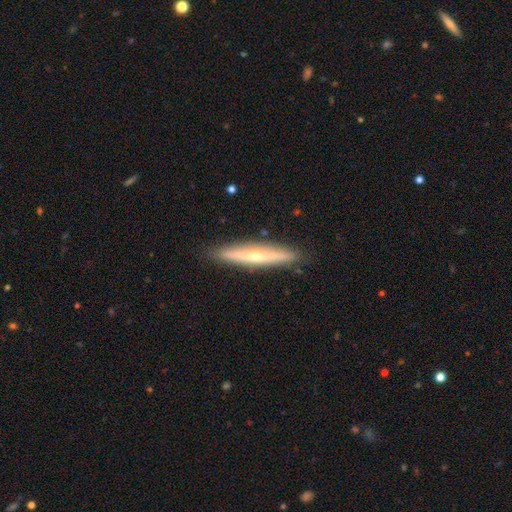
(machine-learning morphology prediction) A featured or disk galaxy (58%) viewed edge-on (93%) with a rounded central bulge (77%). Merging: none (90%).